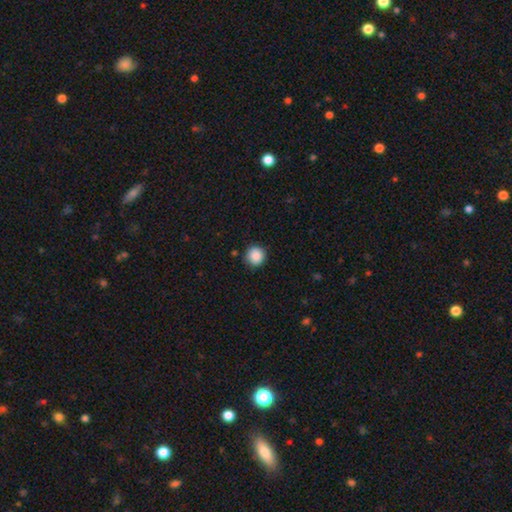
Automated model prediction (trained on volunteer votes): Overall: smooth (88%). How rounded: round (94%). Merging: none (89%).